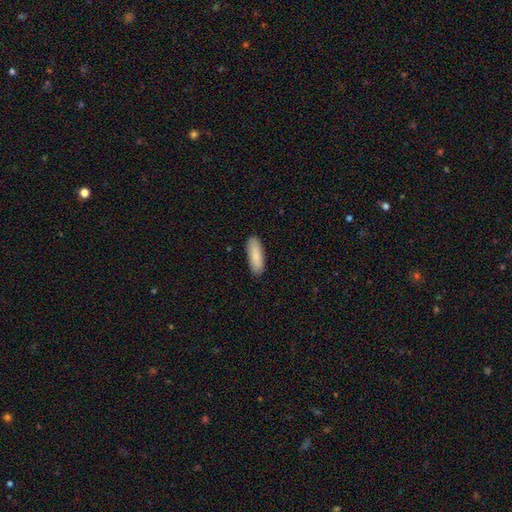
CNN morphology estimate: A smooth galaxy with no disk features (86%) that is in between round and cigar-shaped (57%).

Vote fractions:
- Smooth or featured? smooth: 86% / featured or disk: 9% / star or artifact: 6%
- How rounded? in between: 57% / cigar-shaped: 41% / round: 2%
- Merging? none: 89% / minor disturbance: 8% / major disturbance: 2% / merger: 1%